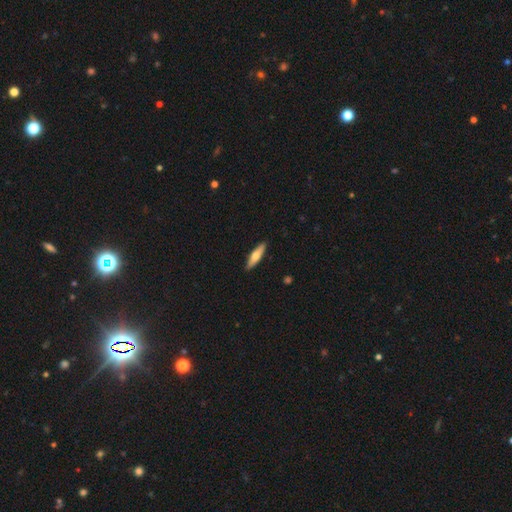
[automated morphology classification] A smooth galaxy with no disk features (57%) that is cigar-shaped (73%).

Vote fractions:
- Smooth or featured? smooth: 57% / featured or disk: 38% / star or artifact: 5%
- How rounded? cigar-shaped: 73% / in between: 25% / round: 2%
- Merging? none: 90% / minor disturbance: 7% / major disturbance: 1% / merger: 1%